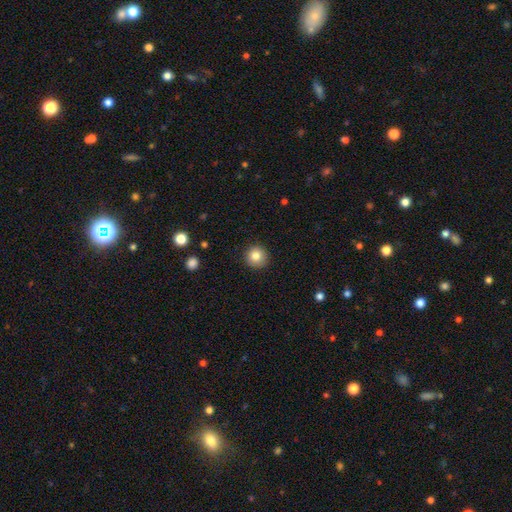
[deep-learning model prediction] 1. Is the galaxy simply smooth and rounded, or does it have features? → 82% smooth, 10% star or artifact, 8% featured or disk.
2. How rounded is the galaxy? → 94% round, 5% in between, 1% cigar-shaped.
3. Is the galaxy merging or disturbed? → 91% none, 6% minor disturbance, 2% major disturbance, 1% merger.